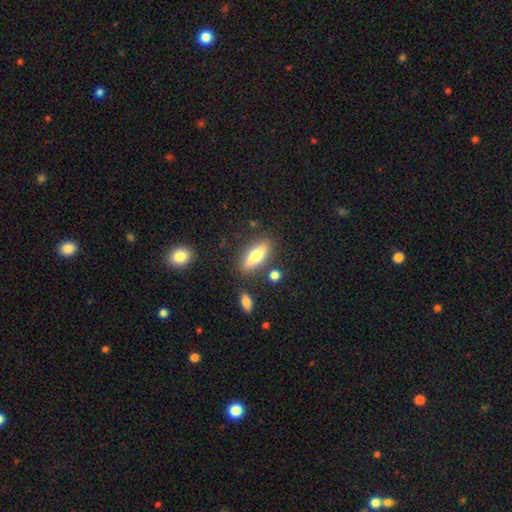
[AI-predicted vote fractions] Smooth or featured: smooth — 66% (featured or disk — 26%)
How rounded: in between — 59% (cigar-shaped — 38%)
Merging: none — 80% (minor disturbance — 11%)